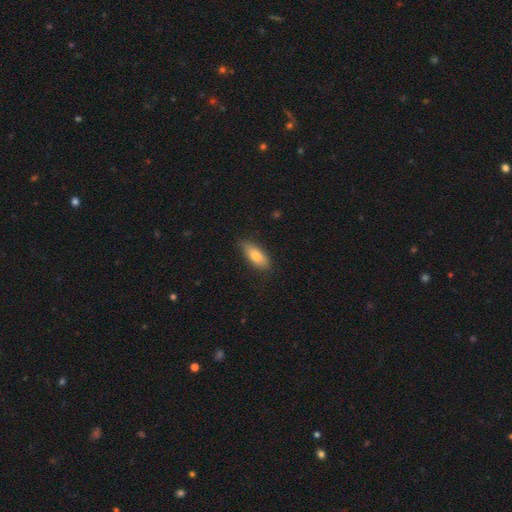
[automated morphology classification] smooth 75%, featured or disk 19%, star or artifact 7%. Down the decision tree: how rounded — in between (75%); merging — none (79%).